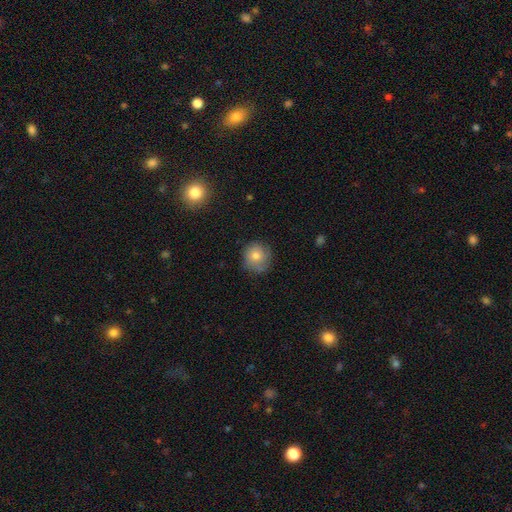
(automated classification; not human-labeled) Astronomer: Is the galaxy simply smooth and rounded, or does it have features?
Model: smooth — 73%.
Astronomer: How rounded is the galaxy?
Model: round — 90%.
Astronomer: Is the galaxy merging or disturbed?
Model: none — 77%.